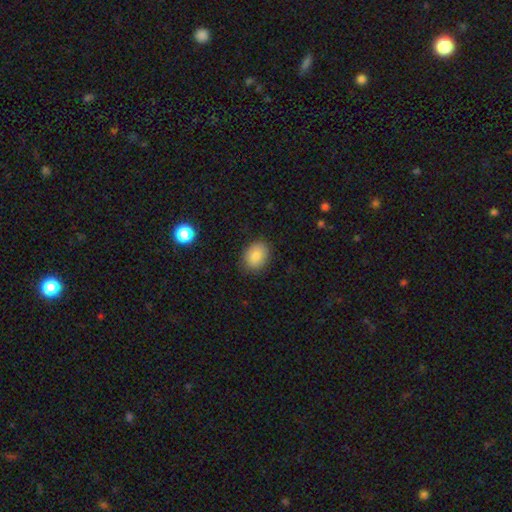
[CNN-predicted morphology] Smooth or featured? smooth (85%)
How rounded? in between (59%)
Merging? none (85%)